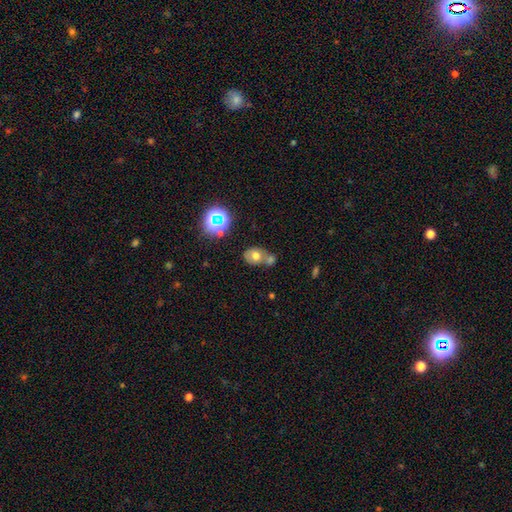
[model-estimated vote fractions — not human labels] Smooth or featured: smooth — 59% (featured or disk — 25%)
How rounded: in between — 53% (round — 46%)
Merging: merger — 46% (none — 34%)